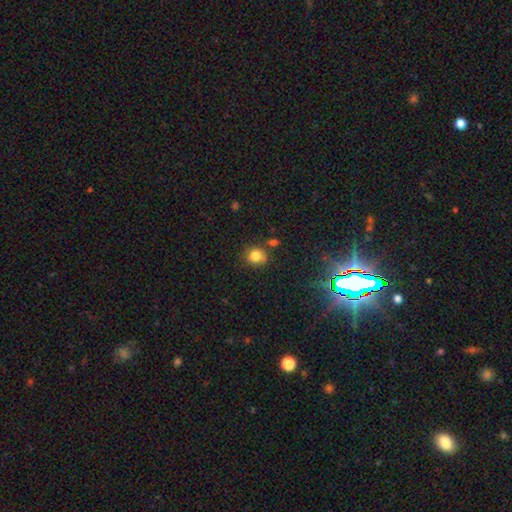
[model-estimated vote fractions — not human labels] Smooth or featured: smooth — 82% (star or artifact — 12%)
How rounded: round — 80% (in between — 19%)
Merging: none — 68% (minor disturbance — 18%)